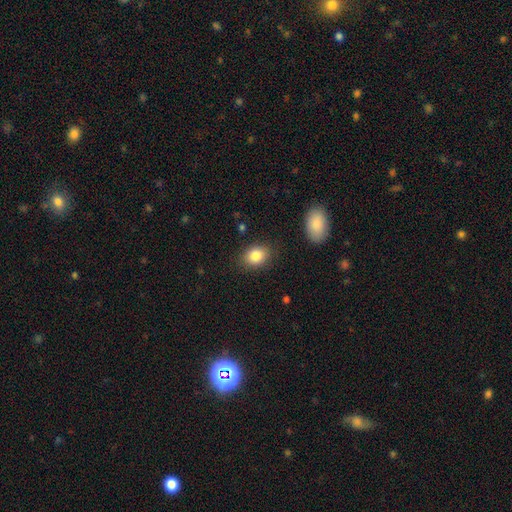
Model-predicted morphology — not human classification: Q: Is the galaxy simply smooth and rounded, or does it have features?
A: smooth — 84%.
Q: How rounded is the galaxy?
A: in between — 63%.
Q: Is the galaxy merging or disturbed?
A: none — 84%.